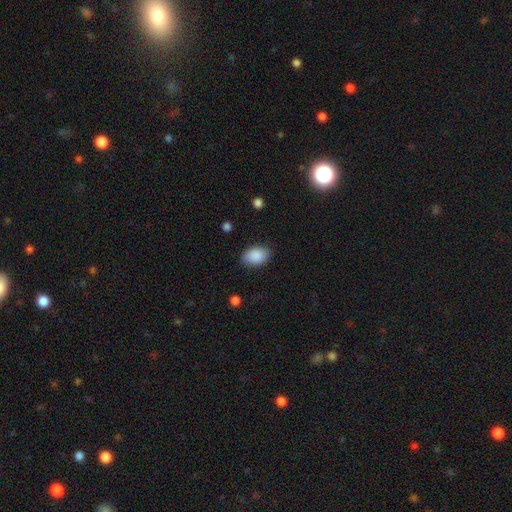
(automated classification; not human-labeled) A smooth galaxy with no disk features (89%) that is in between round and cigar-shaped (88%).

Vote fractions:
- Smooth or featured? smooth: 89% / star or artifact: 7% / featured or disk: 4%
- How rounded? in between: 88% / round: 11% / cigar-shaped: 1%
- Merging? none: 85% / minor disturbance: 11% / major disturbance: 3% / merger: 1%